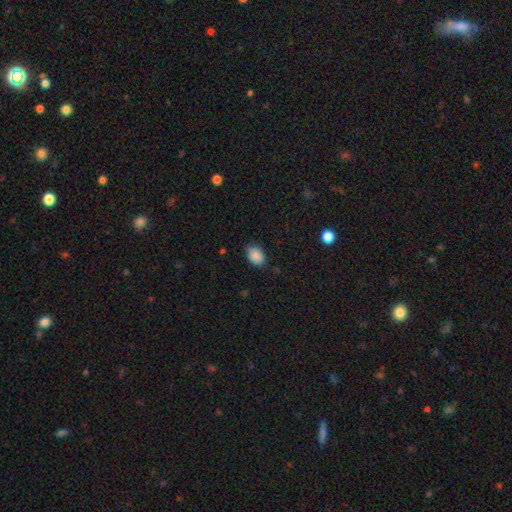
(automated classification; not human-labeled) Smooth or featured? smooth (89%)
How rounded? in between (82%)
Merging? none (83%)